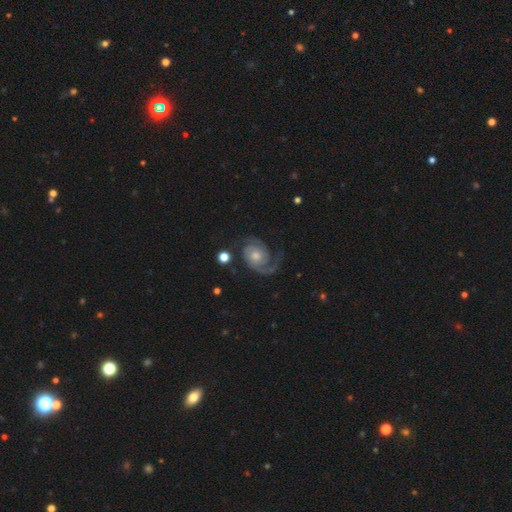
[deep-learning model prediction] Smooth or featured: featured or disk — 89% (smooth — 6%)
Edge-on disk: no — 98% (yes — 2%)
Bar: no — 76% (weak — 20%)
Spiral arms: yes — 98% (no — 2%)
Spiral winding: tight — 43% (medium — 42%)
Spiral arm count: 2 — 85% (1 — 5%)
Bulge size: moderate — 56% (small — 33%)
Merging: none — 71% (minor disturbance — 16%)